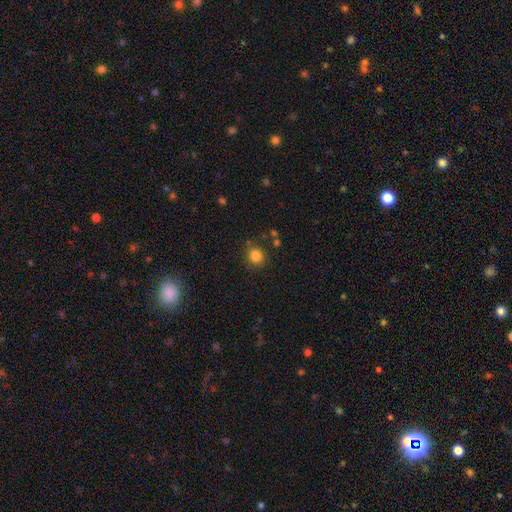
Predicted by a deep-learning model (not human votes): A smooth galaxy with no disk features (84%) that is round (88%).

Vote fractions:
- Smooth or featured? smooth: 84% / star or artifact: 12% / featured or disk: 5%
- How rounded? round: 88% / in between: 11% / cigar-shaped: 1%
- Merging? none: 83% / minor disturbance: 10% / merger: 4% / major disturbance: 3%